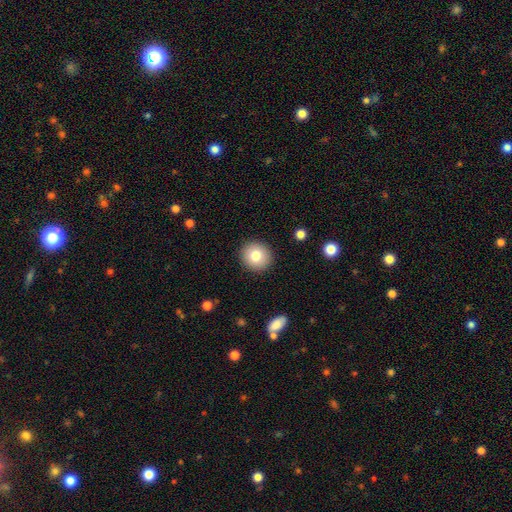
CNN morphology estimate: Q: Smooth or featured?
A: smooth (80%); runner-up: featured or disk (11%)
Q: How rounded?
A: round (89%); runner-up: in between (10%)
Q: Merging?
A: none (91%); runner-up: minor disturbance (6%)